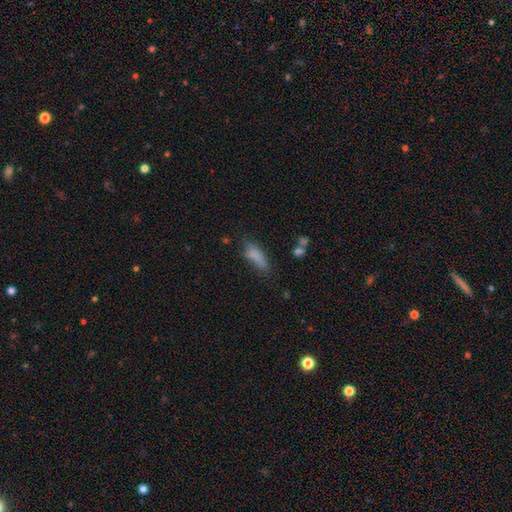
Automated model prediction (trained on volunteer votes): Smooth or featured?
  - smooth: 76% *
  - featured or disk: 13%
  - star or artifact: 11%
How rounded?
  - in between: 57% *
  - cigar-shaped: 40%
  - round: 3%
Merging?
  - none: 48% *
  - minor disturbance: 30%
  - major disturbance: 15%
  - merger: 6%